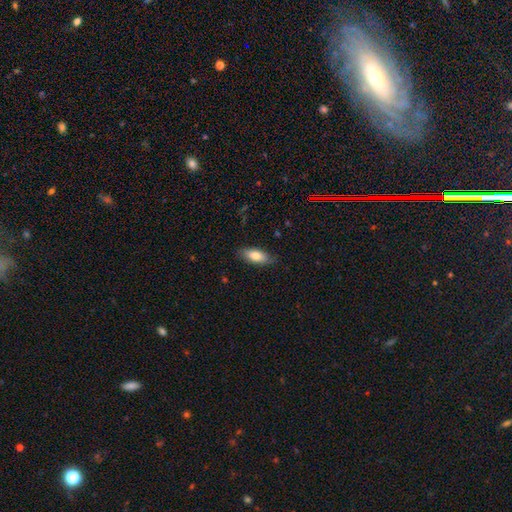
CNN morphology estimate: Smooth or featured? Predicted: smooth (p=0.78). How rounded? Predicted: in between (p=0.84). Merging? Predicted: none (p=0.80).